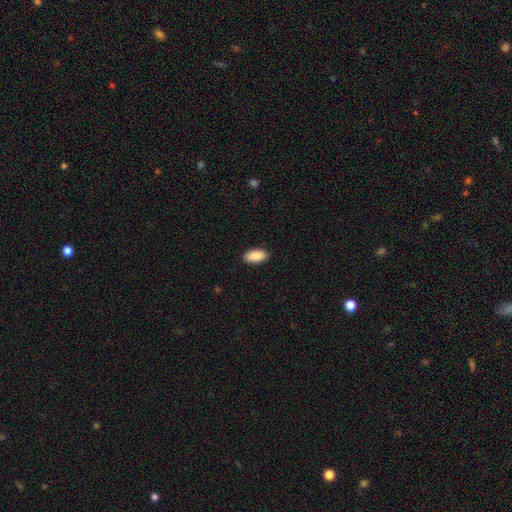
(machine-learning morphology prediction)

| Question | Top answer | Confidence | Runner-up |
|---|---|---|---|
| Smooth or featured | smooth | 90% | star or artifact (6%) |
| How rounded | in between | 92% | cigar-shaped (6%) |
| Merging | none | 90% | minor disturbance (7%) |